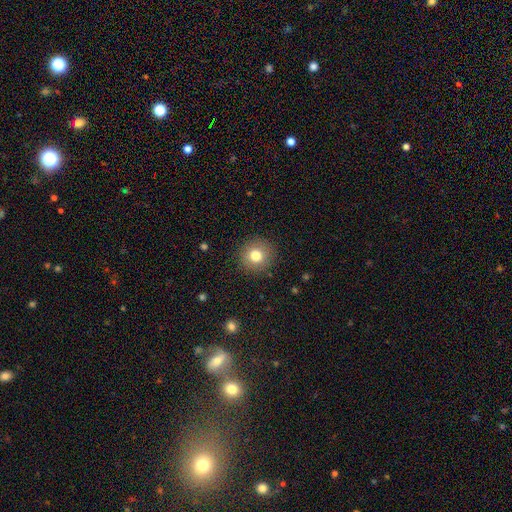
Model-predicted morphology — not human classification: smooth 79%, star or artifact 11%, featured or disk 11%. Down the decision tree: how rounded — round (93%); merging — none (90%).